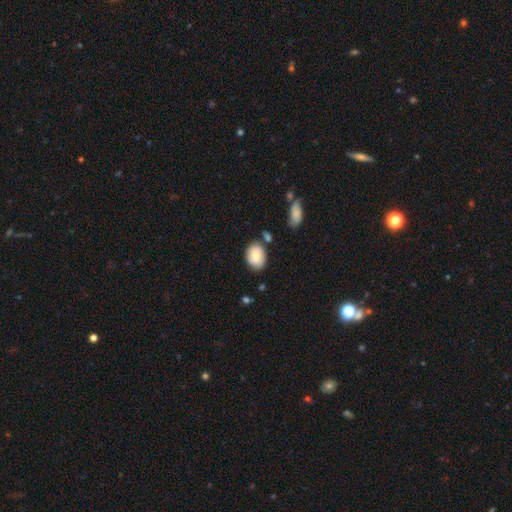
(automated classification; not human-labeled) A smooth galaxy with no disk features (71%) that is in between round and cigar-shaped (60%). Merging: none (73%).